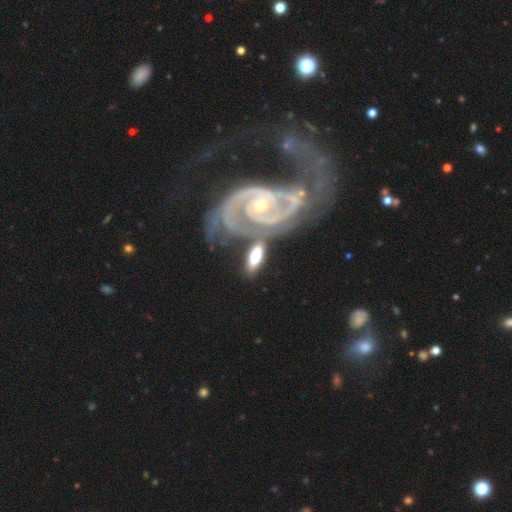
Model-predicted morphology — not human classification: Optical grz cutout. It shows a featured or disk galaxy (50%). Merging: none (46%).